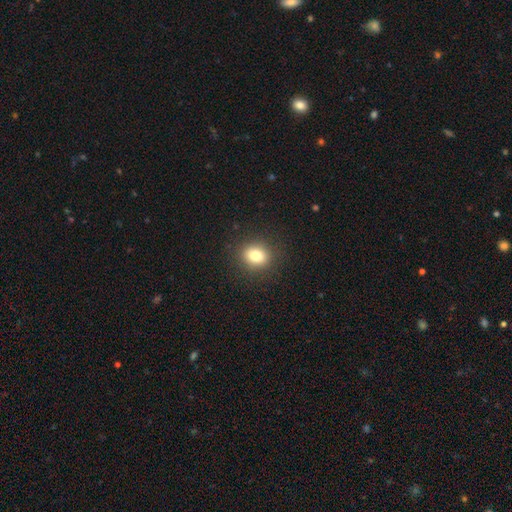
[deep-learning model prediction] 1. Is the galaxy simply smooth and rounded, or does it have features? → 81% smooth, 11% star or artifact, 7% featured or disk.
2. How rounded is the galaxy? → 63% round, 36% in between, 1% cigar-shaped.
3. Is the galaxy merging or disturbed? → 89% none, 7% minor disturbance, 3% major disturbance, 1% merger.